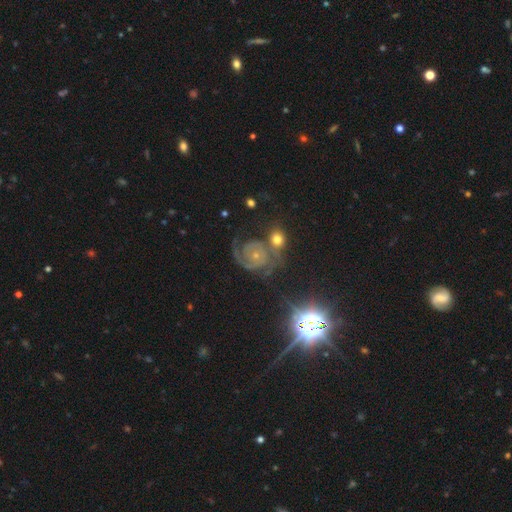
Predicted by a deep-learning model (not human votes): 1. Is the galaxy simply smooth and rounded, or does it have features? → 78% featured or disk, 13% star or artifact, 9% smooth.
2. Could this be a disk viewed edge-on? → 98% no, 2% yes.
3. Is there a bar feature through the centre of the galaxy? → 79% no, 17% weak, 5% strong.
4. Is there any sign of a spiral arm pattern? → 96% yes, 4% no.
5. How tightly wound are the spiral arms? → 61% tight, 31% medium, 7% loose.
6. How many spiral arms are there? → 59% 2, 13% can't tell, 11% 1, 10% 3, 3% 4, 3% more than 4.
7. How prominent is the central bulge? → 68% small, 26% moderate, 3% none, 2% large, 1% dominant.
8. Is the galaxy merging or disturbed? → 55% none, 18% minor disturbance, 15% merger, 13% major disturbance.